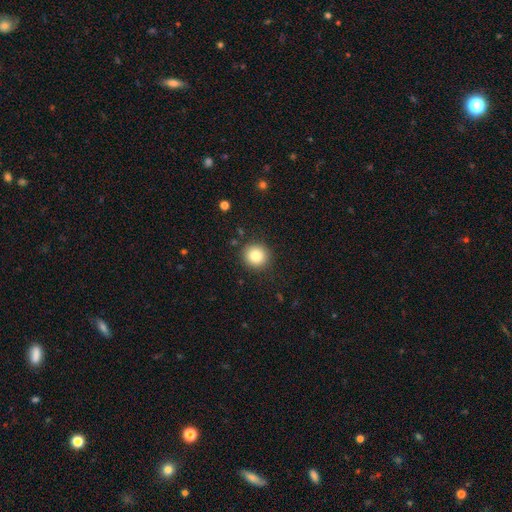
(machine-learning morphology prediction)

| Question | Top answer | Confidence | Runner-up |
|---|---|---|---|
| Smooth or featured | smooth | 83% | star or artifact (10%) |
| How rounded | round | 92% | in between (7%) |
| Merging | none | 90% | minor disturbance (7%) |